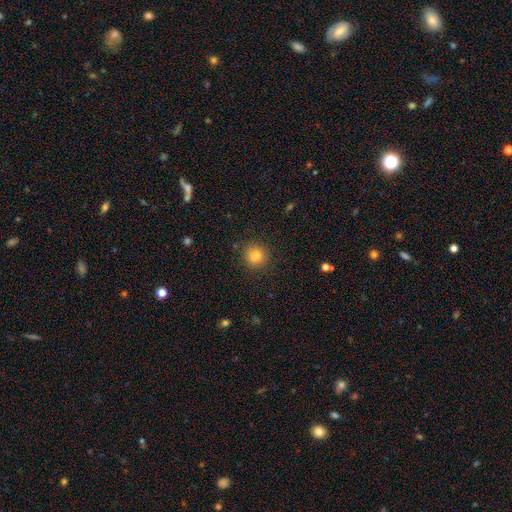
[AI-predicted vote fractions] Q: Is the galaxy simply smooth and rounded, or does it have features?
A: smooth — 81%.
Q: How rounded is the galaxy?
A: round — 91%.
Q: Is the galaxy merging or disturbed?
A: none — 90%.